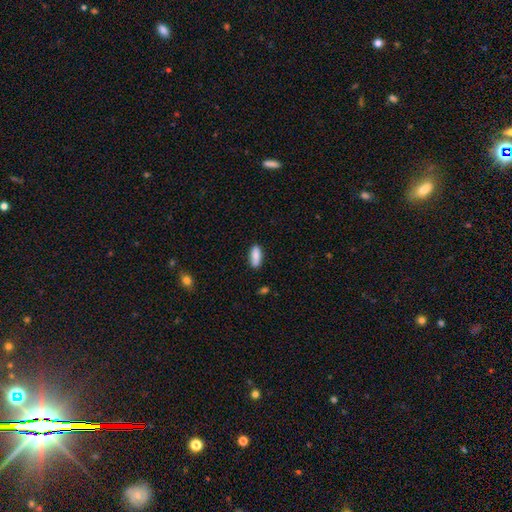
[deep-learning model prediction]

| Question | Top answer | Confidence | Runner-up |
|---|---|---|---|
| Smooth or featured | smooth | 87% | featured or disk (7%) |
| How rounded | in between | 68% | cigar-shaped (30%) |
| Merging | none | 85% | minor disturbance (11%) |